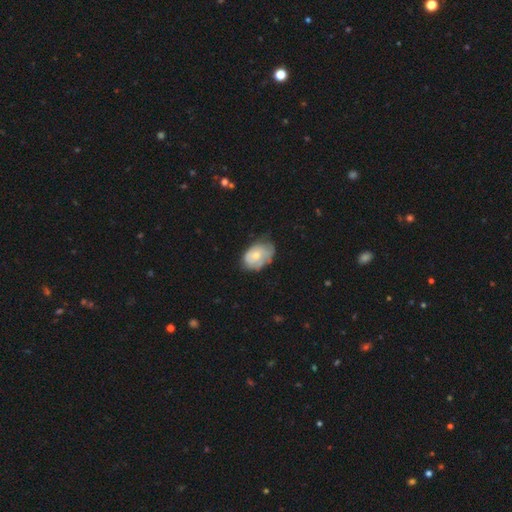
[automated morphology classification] Smooth or featured? Predicted: smooth (p=0.54). How rounded? Predicted: in between (p=0.79). Merging? Predicted: none (p=0.49).